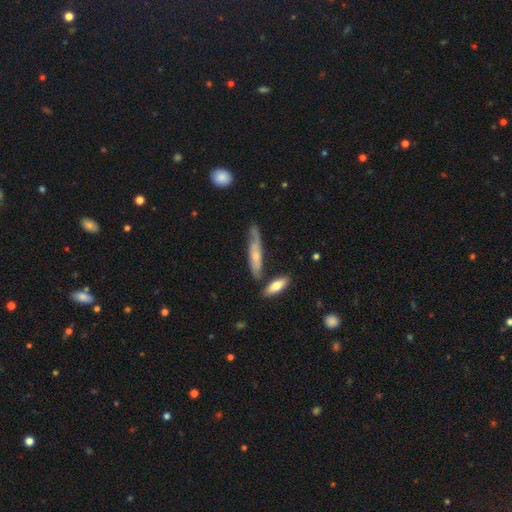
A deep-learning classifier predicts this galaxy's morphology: Smooth or featured? Predicted: smooth (p=0.48). Merging? Predicted: none (p=0.52).